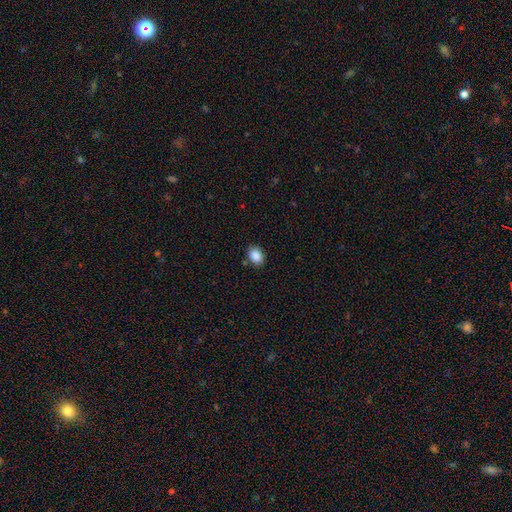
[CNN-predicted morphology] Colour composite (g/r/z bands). It shows a smooth galaxy with no disk features (87%) that is in between round and cigar-shaped (64%). Merging: none (85%).